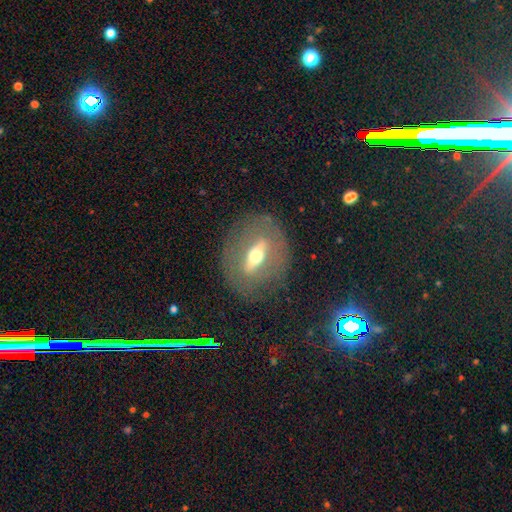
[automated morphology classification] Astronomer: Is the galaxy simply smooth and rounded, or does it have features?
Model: featured or disk — 69%.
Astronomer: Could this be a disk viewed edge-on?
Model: no — 61% (runner-up: yes, 39%).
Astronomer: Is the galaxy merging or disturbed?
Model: none — 81%.